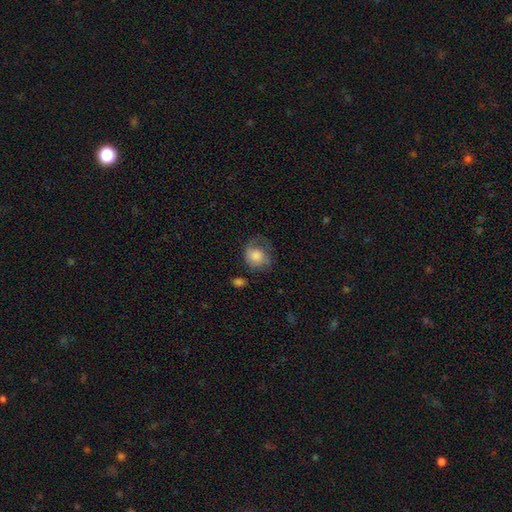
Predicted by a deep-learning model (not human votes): A smooth galaxy with no disk features (70%) that is round (68%).

Vote fractions:
- Smooth or featured? smooth: 70% / featured or disk: 21% / star or artifact: 8%
- How rounded? round: 68% / in between: 32% / cigar-shaped: 1%
- Merging? none: 43% / minor disturbance: 29% / major disturbance: 24% / merger: 4%